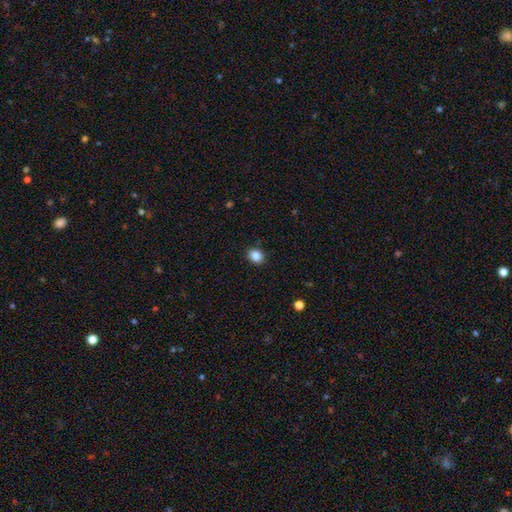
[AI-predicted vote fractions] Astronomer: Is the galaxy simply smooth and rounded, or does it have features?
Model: smooth — 86%.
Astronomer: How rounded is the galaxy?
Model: round — 53% (runner-up: in between, 46%).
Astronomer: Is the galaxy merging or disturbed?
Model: none — 89%.